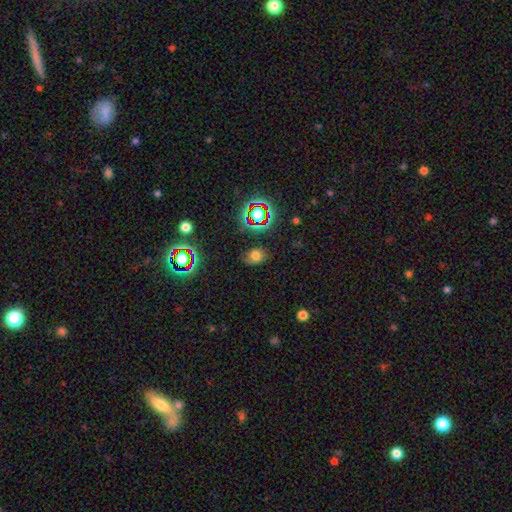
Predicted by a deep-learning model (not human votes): The model was most divided on "how rounded": in between: 57%, round: 41%, cigar-shaped: 2%. More confident: merging — none (76%); smooth or featured — smooth (66%).